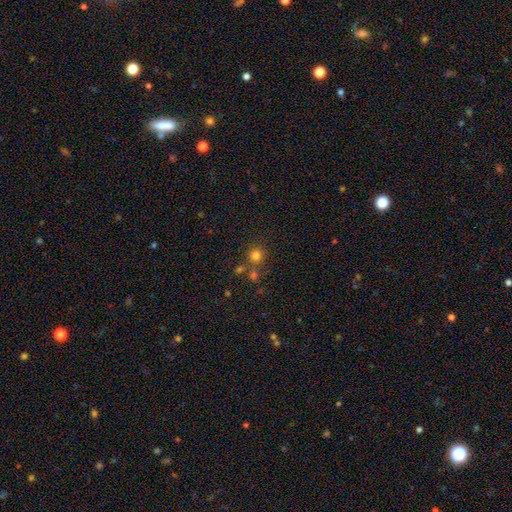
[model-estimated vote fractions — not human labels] Smooth or featured? smooth (76%)
How rounded? round (90%)
Merging? none (69%)